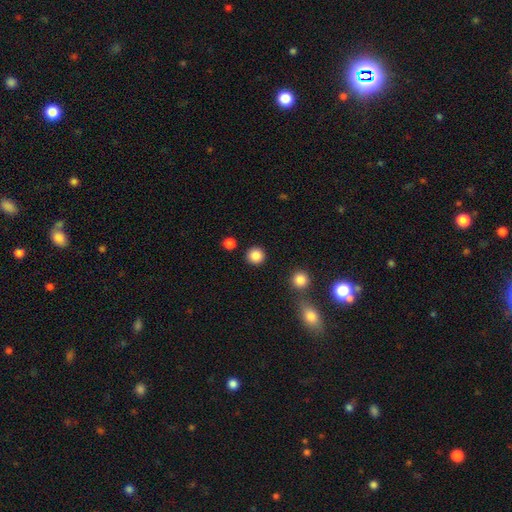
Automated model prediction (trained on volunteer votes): Smooth or featured?
  - smooth: 86% *
  - star or artifact: 10%
  - featured or disk: 4%
How rounded?
  - round: 95% *
  - in between: 4%
  - cigar-shaped: 1%
Merging?
  - none: 91% *
  - minor disturbance: 5%
  - merger: 2%
  - major disturbance: 2%